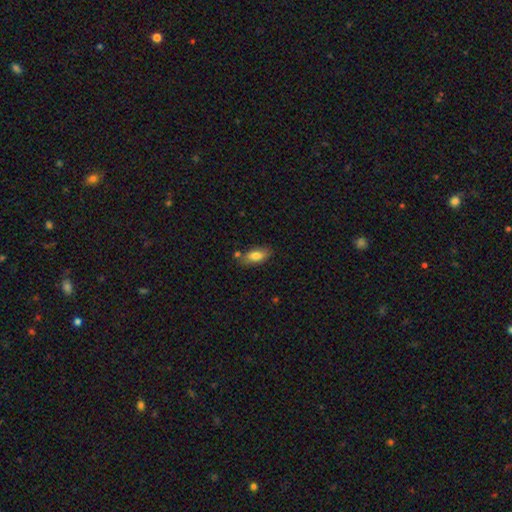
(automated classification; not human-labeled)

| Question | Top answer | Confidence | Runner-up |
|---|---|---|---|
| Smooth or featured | smooth | 79% | featured or disk (14%) |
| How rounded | in between | 84% | cigar-shaped (13%) |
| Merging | none | 72% | minor disturbance (17%) |